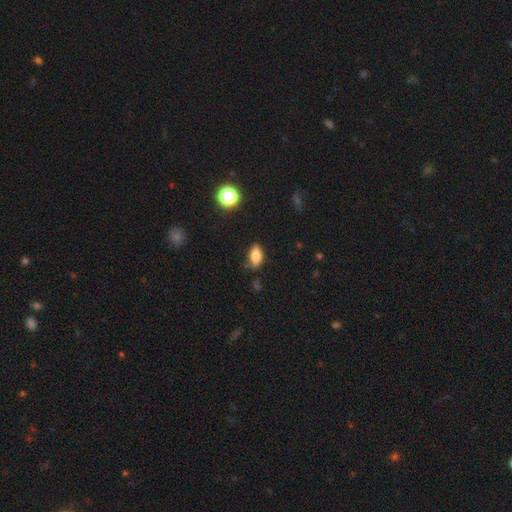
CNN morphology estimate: type=smooth (77%); roundness=in between (88%); merging=none (62%).